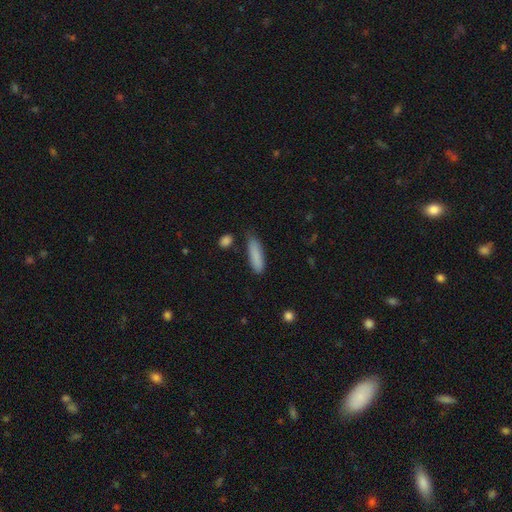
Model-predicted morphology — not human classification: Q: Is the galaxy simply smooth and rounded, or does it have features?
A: smooth — 87%.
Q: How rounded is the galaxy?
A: cigar-shaped — 62%.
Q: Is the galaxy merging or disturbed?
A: none — 76%.